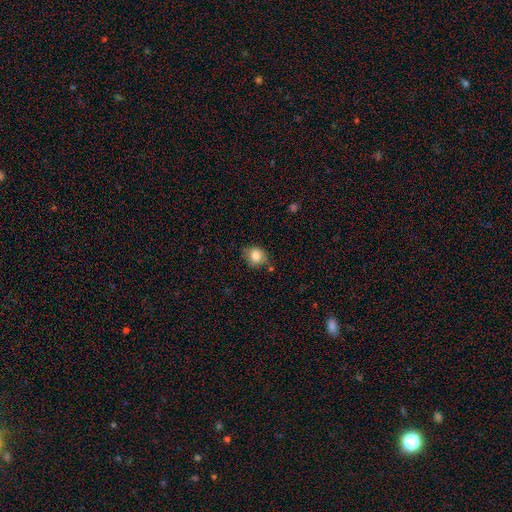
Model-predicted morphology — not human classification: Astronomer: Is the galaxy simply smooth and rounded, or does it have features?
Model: smooth — 83%.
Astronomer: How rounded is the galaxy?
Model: round — 73%.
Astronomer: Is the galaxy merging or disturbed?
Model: none — 73%.